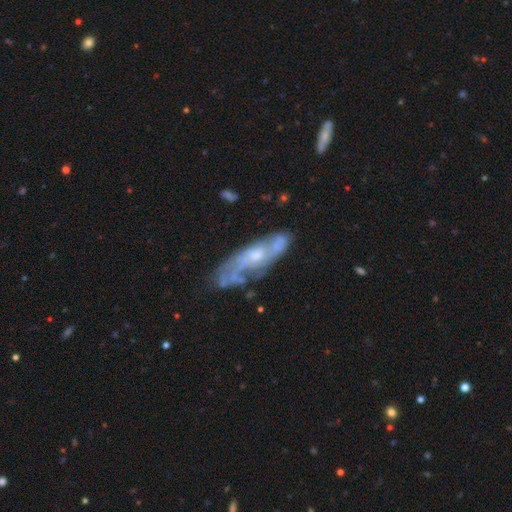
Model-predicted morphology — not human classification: Smooth or featured: featured or disk — 74% (smooth — 19%)
Edge-on disk: no — 77% (yes — 23%)
Bar: no — 70% (weak — 26%)
Spiral arms: yes — 75% (no — 25%)
Bulge size: small — 47% (moderate — 44%)
Merging: none — 63% (minor disturbance — 22%)